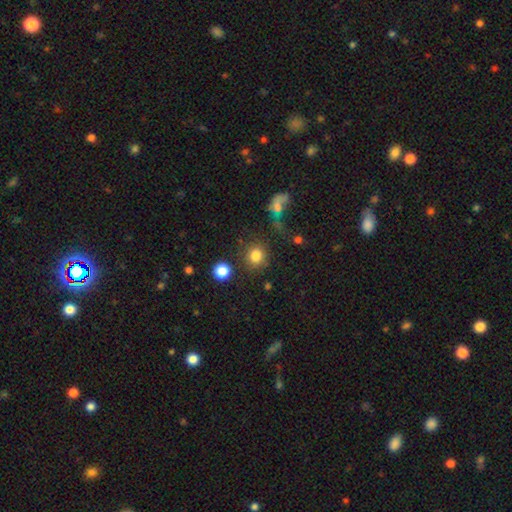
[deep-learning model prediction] Q: Smooth or featured?
A: smooth (82%); runner-up: star or artifact (11%)
Q: How rounded?
A: round (88%); runner-up: in between (11%)
Q: Merging?
A: none (79%); runner-up: minor disturbance (9%)